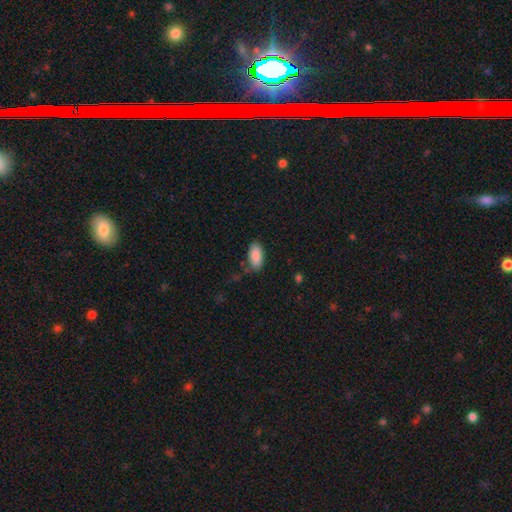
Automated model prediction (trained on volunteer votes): This appears to be a smooth galaxy with no disk features (88%) that is in between round and cigar-shaped (91%). Merging: none (76%).